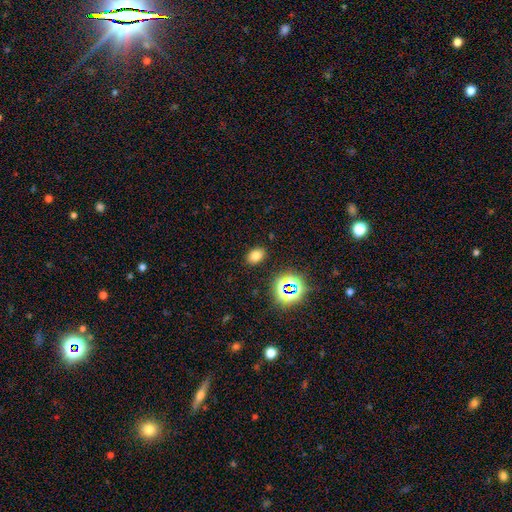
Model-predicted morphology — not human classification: This appears to be a smooth galaxy with no disk features (72%) that is in between round and cigar-shaped (75%). Merging: none (87%).